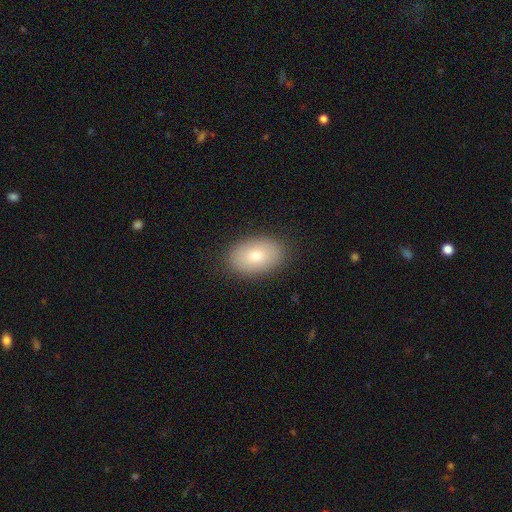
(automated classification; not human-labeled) Smooth or featured? Predicted: smooth (p=0.80). How rounded? Predicted: in between (p=0.90). Merging? Predicted: none (p=0.88).